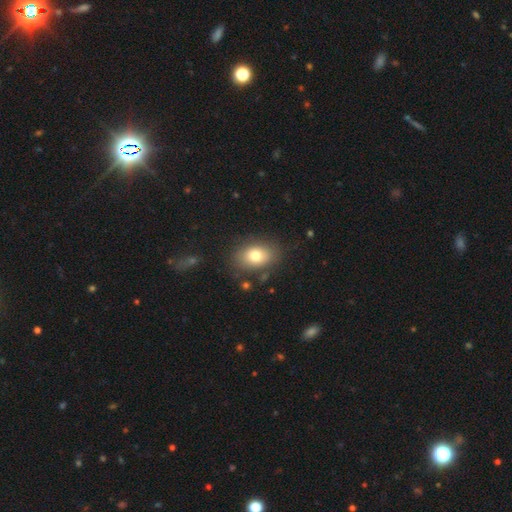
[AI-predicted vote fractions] Smooth or featured? smooth (76%)
How rounded? in between (77%)
Merging? none (81%)